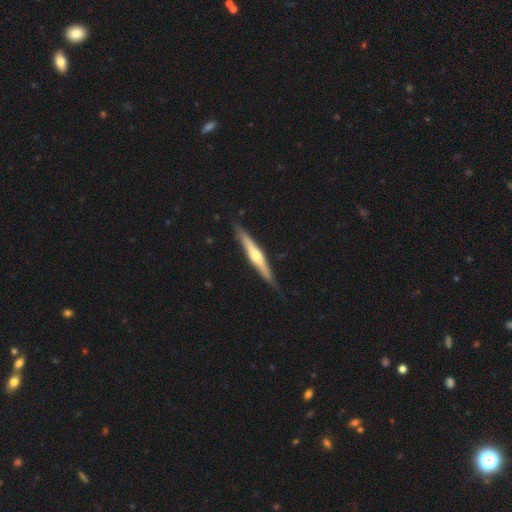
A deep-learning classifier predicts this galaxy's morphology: This appears to be a featured or disk galaxy (64%) viewed edge-on (95%) with a rounded central bulge (84%). Merging: none (85%).